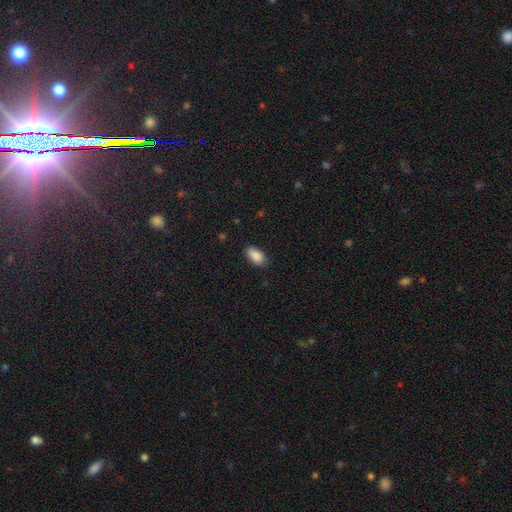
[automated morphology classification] Overall: smooth (89%). How rounded: in between (93%). Merging: none (84%).